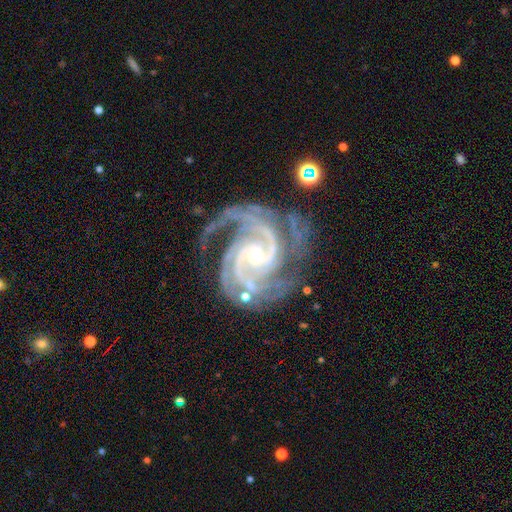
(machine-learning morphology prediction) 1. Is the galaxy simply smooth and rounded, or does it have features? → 94% featured or disk, 4% star or artifact, 2% smooth.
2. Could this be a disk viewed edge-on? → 98% no, 2% yes.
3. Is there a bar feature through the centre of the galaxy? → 54% no, 31% weak, 15% strong.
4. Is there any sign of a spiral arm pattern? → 99% yes, 1% no.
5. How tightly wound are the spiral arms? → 58% tight, 38% medium, 4% loose.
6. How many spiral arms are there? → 32% 2 (tied), 32% 3 (tied), 14% 4, 9% can't tell, 7% more than 4, 6% 1.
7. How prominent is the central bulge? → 69% small, 28% moderate, 1% large, 1% none, 1% dominant.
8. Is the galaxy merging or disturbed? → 65% none, 21% minor disturbance, 11% major disturbance, 3% merger.